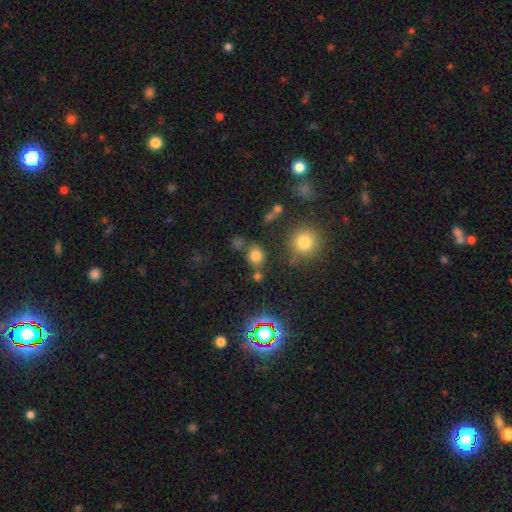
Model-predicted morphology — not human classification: The model was most divided on "how rounded": round: 65%, in between: 33%, cigar-shaped: 1%. More confident: smooth or featured — smooth (73%); merging — none (70%).